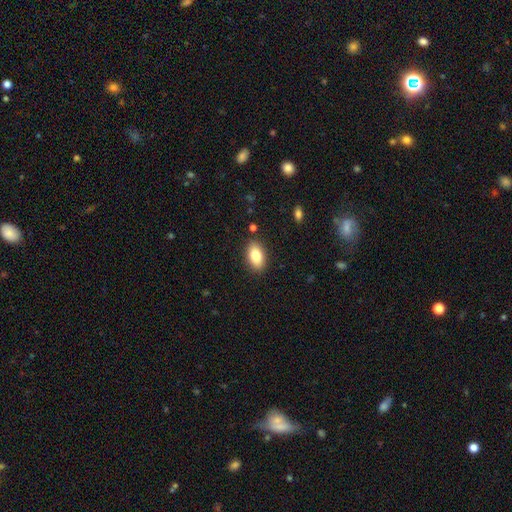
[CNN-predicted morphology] Smooth or featured?
  - smooth: 83% *
  - featured or disk: 9%
  - star or artifact: 7%
How rounded?
  - in between: 91% *
  - round: 5%
  - cigar-shaped: 3%
Merging?
  - none: 87% *
  - minor disturbance: 9%
  - major disturbance: 2%
  - merger: 2%